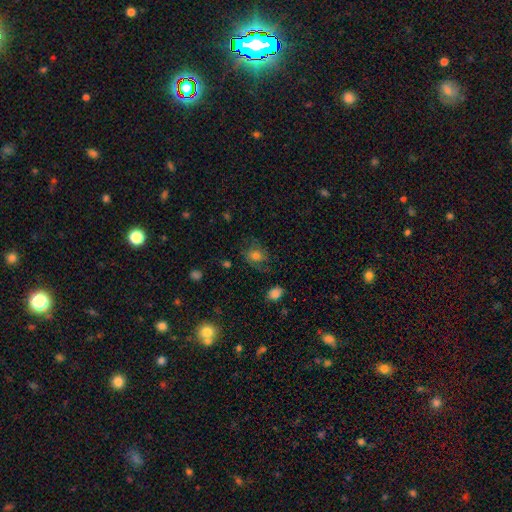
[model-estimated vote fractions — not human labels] smooth 63%, featured or disk 25%, star or artifact 12%. Down the decision tree: how rounded — round (62%); merging — none (65%).